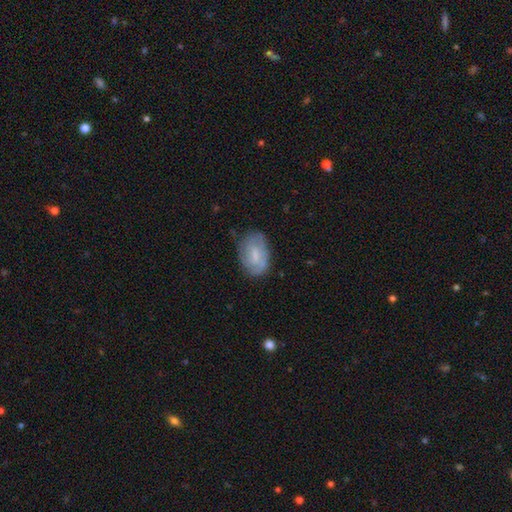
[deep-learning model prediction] Overall: smooth (48%; featured or disk 44%). Merging: none (66%).